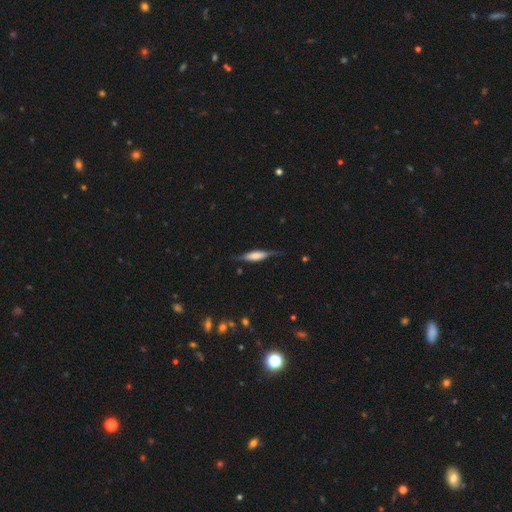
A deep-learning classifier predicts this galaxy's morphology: The model was most divided on "edge-on bulge": rounded: 49%, boxy: 42%, none: 9%. More confident: edge-on disk — yes (92%); merging — none (78%); smooth or featured — featured or disk (58%).